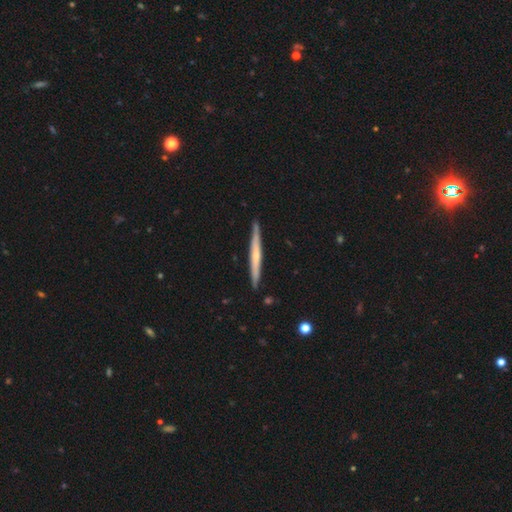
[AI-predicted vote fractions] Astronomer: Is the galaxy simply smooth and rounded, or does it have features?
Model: featured or disk — 55% (runner-up: smooth, 40%).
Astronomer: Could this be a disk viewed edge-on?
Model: yes — 97%.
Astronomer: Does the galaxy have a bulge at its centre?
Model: none — 56% (runner-up: rounded, 37%).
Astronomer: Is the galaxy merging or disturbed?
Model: none — 89%.